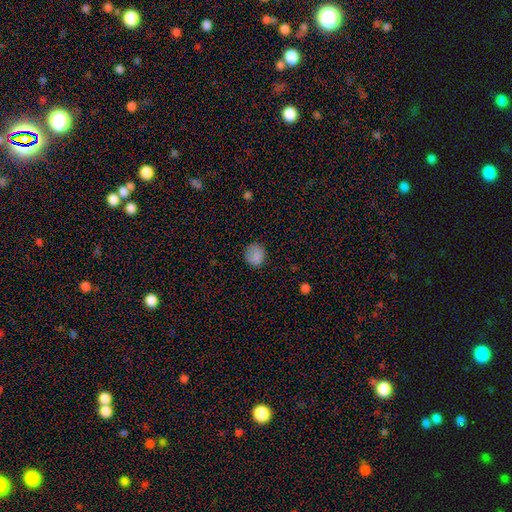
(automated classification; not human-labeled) Overall: smooth (85%). How rounded: round (78%). Merging: none (82%).